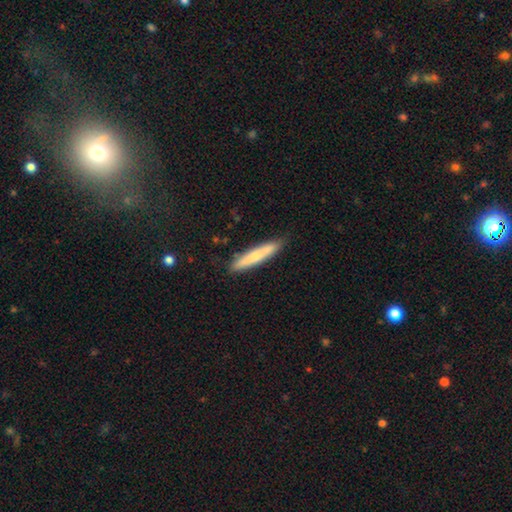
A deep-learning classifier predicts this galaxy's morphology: A smooth galaxy with no disk features (67%) that is cigar-shaped (93%). Merging: none (87%).